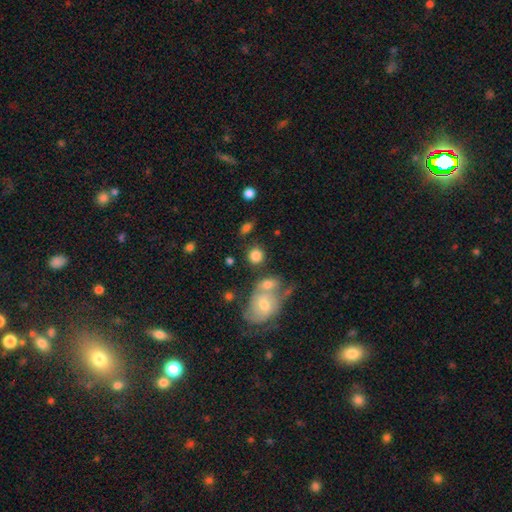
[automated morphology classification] This is likely a smooth galaxy (79%). How rounded: clearly round (81%). Merging: likely none (62%).